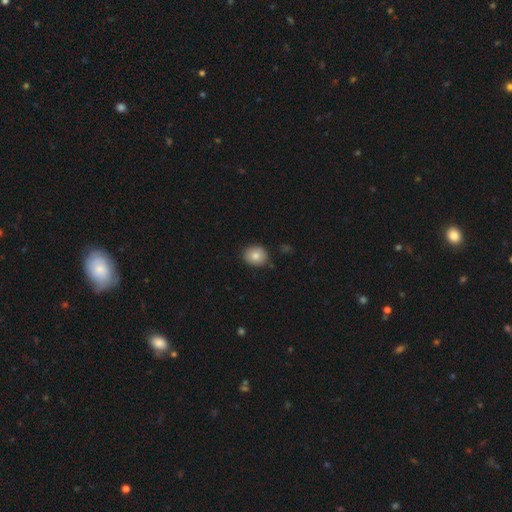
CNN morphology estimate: type=smooth (83%); roundness=round (67%); merging=none (84%).